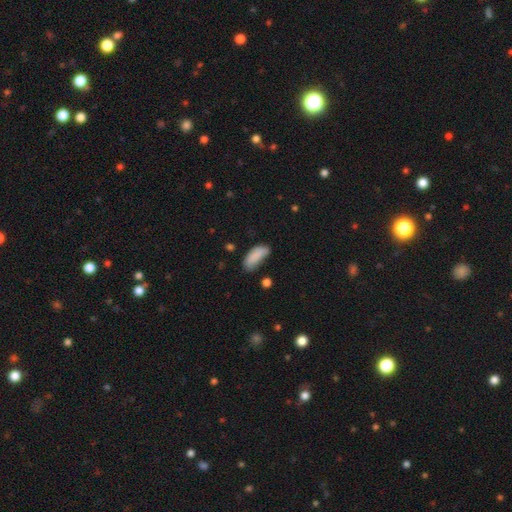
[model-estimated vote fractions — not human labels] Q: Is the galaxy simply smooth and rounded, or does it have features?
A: smooth — 86%.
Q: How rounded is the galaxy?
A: in between — 83%.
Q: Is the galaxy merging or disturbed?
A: none — 53%.